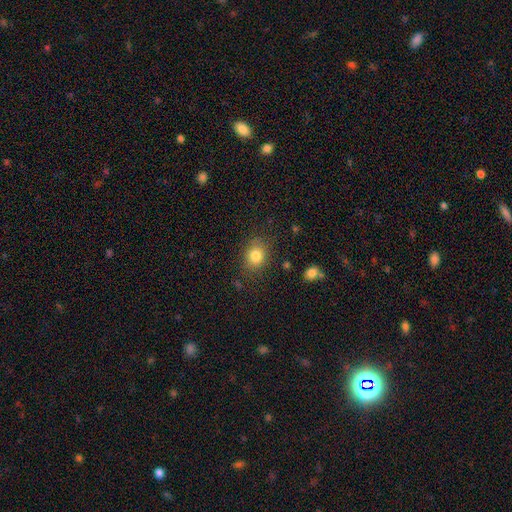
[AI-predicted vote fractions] Q: Smooth or featured?
A: smooth (83%); runner-up: star or artifact (10%)
Q: How rounded?
A: round (61%); runner-up: in between (38%)
Q: Merging?
A: none (82%); runner-up: minor disturbance (12%)